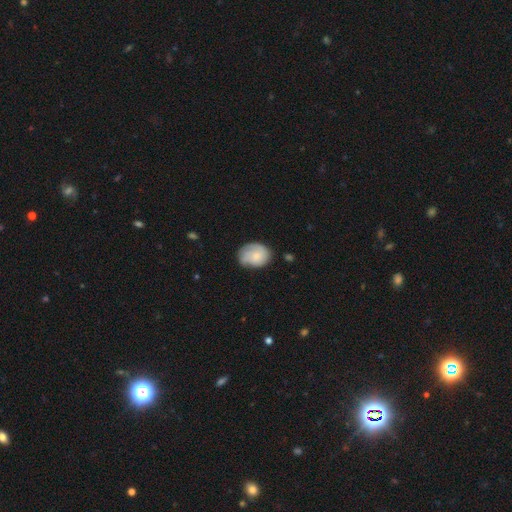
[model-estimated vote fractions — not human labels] smooth 64%, featured or disk 29%, star or artifact 7%. Down the decision tree: how rounded — in between (65%); merging — none (59%).